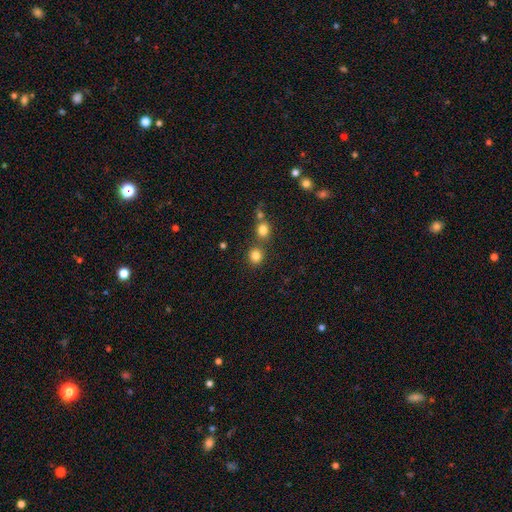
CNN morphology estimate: smooth-or-featured: smooth: 82% | star or artifact: 12% | featured or disk: 6%
  how-rounded: round: 82% | in between: 17% | cigar-shaped: 1%
  merging: none: 67% | merger: 22% | minor disturbance: 8% | major disturbance: 3%